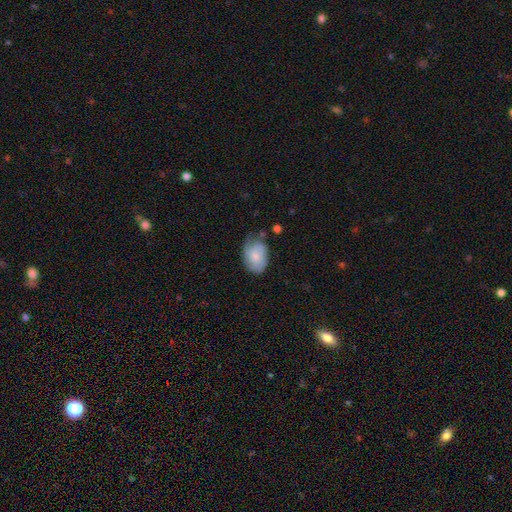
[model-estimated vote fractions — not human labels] This is likely a smooth galaxy (71%). How rounded: clearly in between (84%). Merging: possibly none (49%).